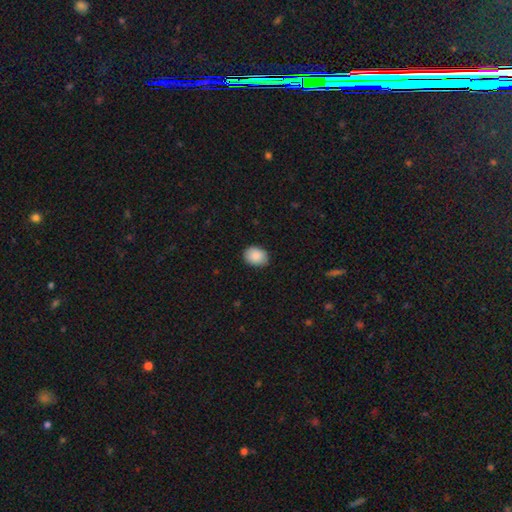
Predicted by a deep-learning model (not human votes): smooth_or_featured: smooth (p=0.90) [alt: star or artifact p=0.07]
how_rounded: in between (p=0.64) [alt: round p=0.35]
merging: none (p=0.84) [alt: minor disturbance p=0.13]